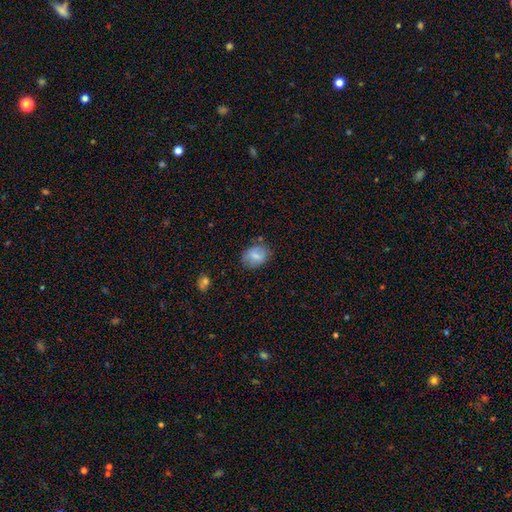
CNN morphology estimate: smooth 69%, featured or disk 22%, star or artifact 9%. Down the decision tree: how rounded — in between (62%); merging — none (75%).